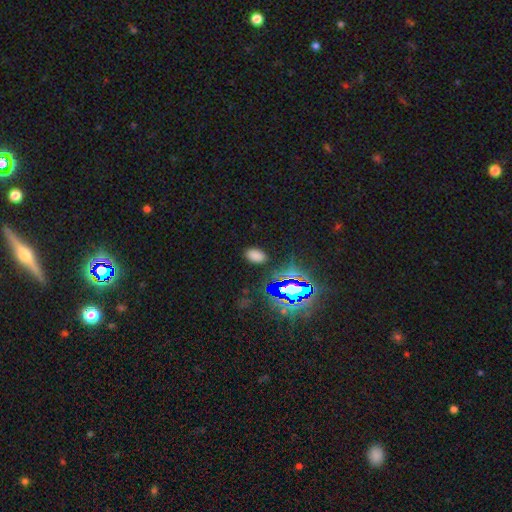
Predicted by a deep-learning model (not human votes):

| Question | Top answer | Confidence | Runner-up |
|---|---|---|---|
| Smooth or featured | smooth | 69% | star or artifact (26%) |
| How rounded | in between | 90% | round (8%) |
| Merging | none | 86% | minor disturbance (9%) |